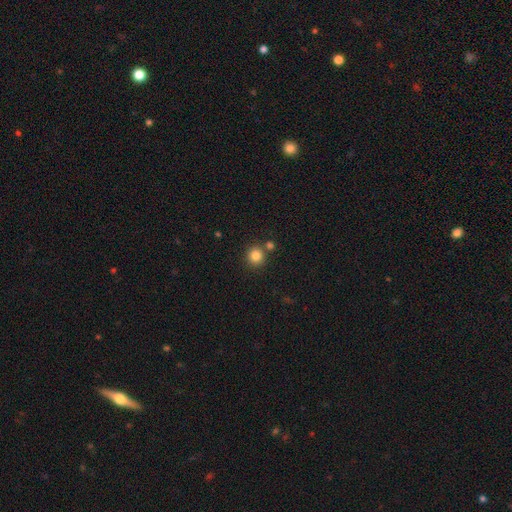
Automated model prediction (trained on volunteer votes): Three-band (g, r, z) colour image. It shows a smooth galaxy with no disk features (83%) that is round (92%). Merging: none (77%).